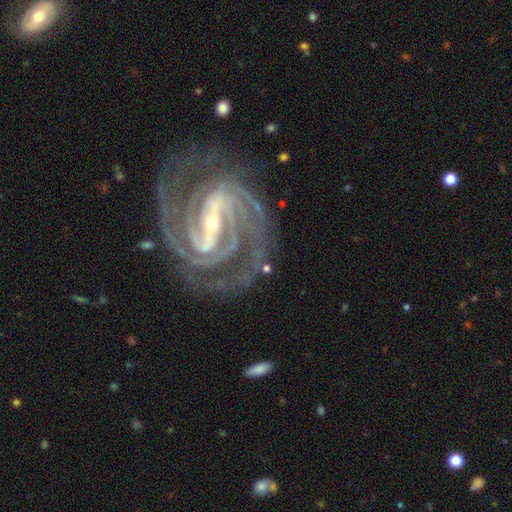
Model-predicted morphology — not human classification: smooth-or-featured: featured or disk: 94% | star or artifact: 4% | smooth: 2%
  disk-edge-on: no: 97% | yes: 3%
    bar: strong: 75% | weak: 20% | no: 6%
    has-spiral-arms: yes: 99% | no: 1%
      spiral-winding: tight: 65% | medium: 31% | loose: 4%
      spiral-arm-count: 2: 50% | 3: 22% | 4: 10% | can't tell: 7% | more than 4: 5% | 1: 5%
    bulge-size: small: 71% | moderate: 25% | large: 2% | none: 2% | dominant: 1%
  merging: none: 74% | minor disturbance: 15% | major disturbance: 8% | merger: 2%